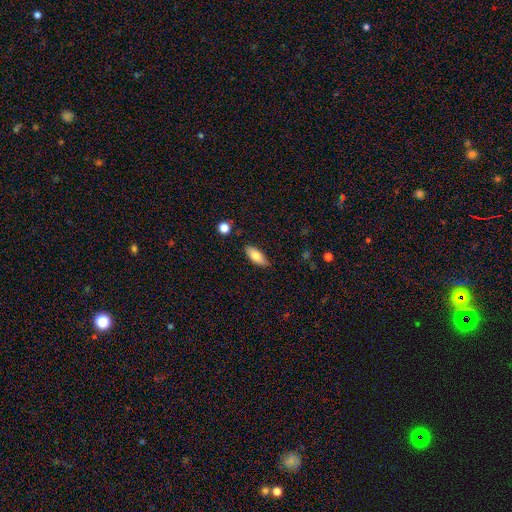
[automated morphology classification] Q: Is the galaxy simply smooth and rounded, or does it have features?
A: smooth — 76%.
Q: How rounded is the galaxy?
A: in between — 81%.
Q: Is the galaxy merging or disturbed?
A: none — 83%.